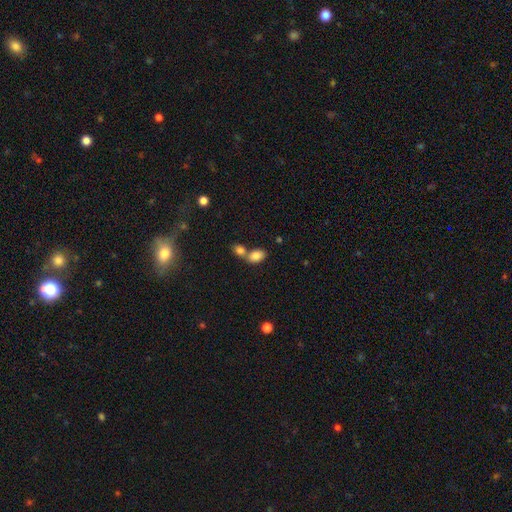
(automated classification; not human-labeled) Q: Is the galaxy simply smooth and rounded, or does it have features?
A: smooth — 83%.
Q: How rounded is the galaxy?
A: in between — 84%.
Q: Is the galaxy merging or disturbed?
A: merger — 48%.